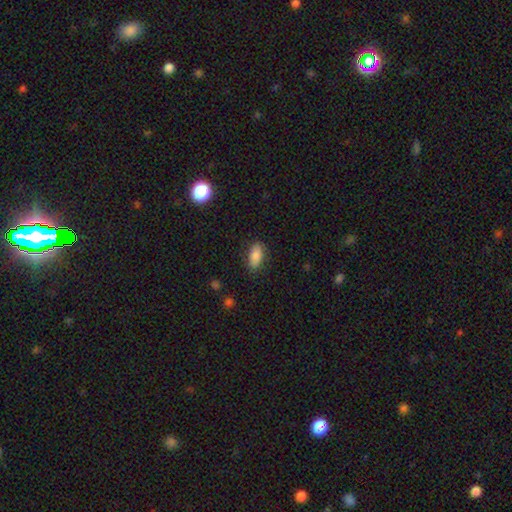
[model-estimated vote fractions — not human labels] Overall: smooth (83%). How rounded: in between (89%). Merging: none (84%).